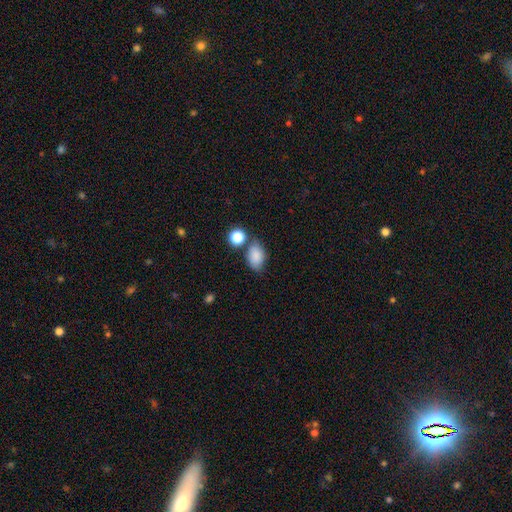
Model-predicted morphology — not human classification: This appears to be a smooth galaxy with no disk features (85%) that is in between round and cigar-shaped (86%). Merging: none (66%).